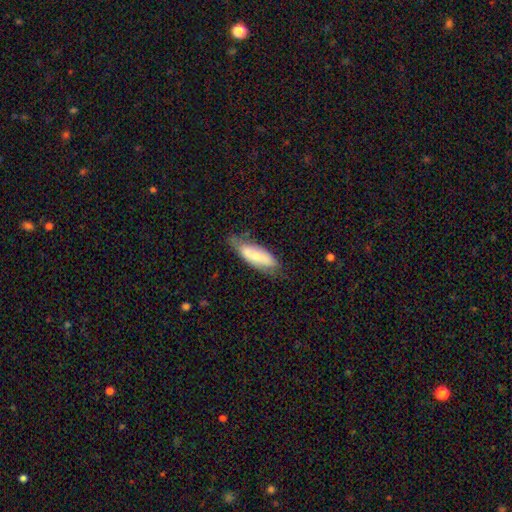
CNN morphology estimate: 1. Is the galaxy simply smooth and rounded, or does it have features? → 64% smooth, 30% featured or disk, 6% star or artifact.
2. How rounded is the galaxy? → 60% in between, 39% cigar-shaped, 2% round.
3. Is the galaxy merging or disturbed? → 62% none, 29% minor disturbance, 7% major disturbance, 2% merger.